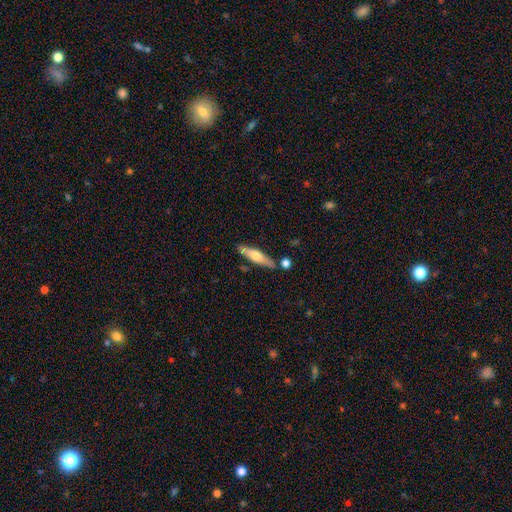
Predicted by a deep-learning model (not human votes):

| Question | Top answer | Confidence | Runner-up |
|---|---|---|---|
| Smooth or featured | smooth | 50% | featured or disk (44%) |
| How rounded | cigar-shaped | 77% | in between (21%) |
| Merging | none | 79% | minor disturbance (12%) |